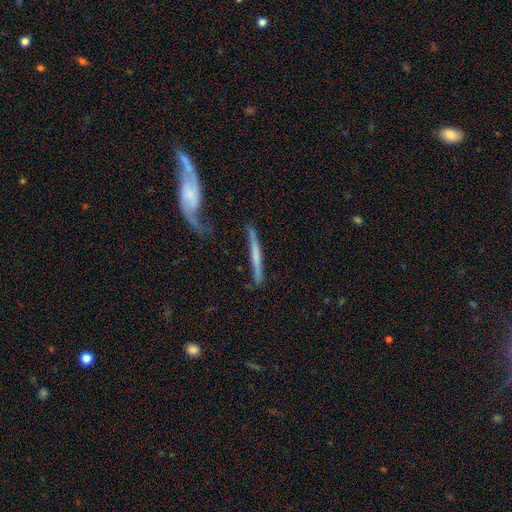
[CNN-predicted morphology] A featured or disk galaxy (52%) viewed edge-on (82%).

Vote fractions:
- Smooth or featured? featured or disk: 52% / smooth: 42% / star or artifact: 6%
- Edge-on disk? yes: 82% / no: 18%
- Merging? none: 56% / minor disturbance: 21% / major disturbance: 13% / merger: 10%